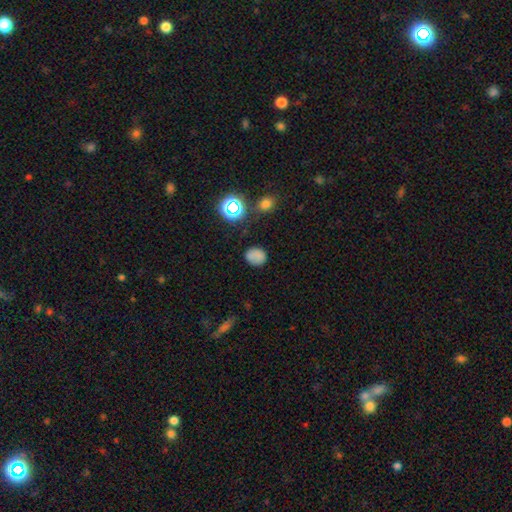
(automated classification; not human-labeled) Smooth or featured? Predicted: smooth (p=0.74). How rounded? Predicted: round (p=0.65). Merging? Predicted: none (p=0.77).